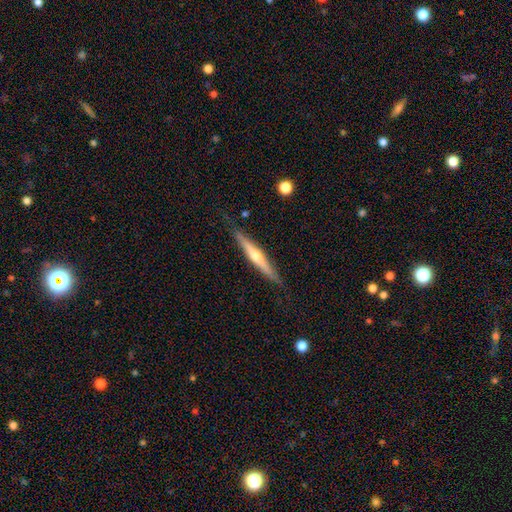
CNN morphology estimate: Q: Smooth or featured?
A: featured or disk (66%); runner-up: smooth (28%)
Q: Edge-on disk?
A: yes (97%); runner-up: no (3%)
Q: Edge-on bulge?
A: rounded (81%); runner-up: none (15%)
Q: Merging?
A: none (85%); runner-up: minor disturbance (12%)